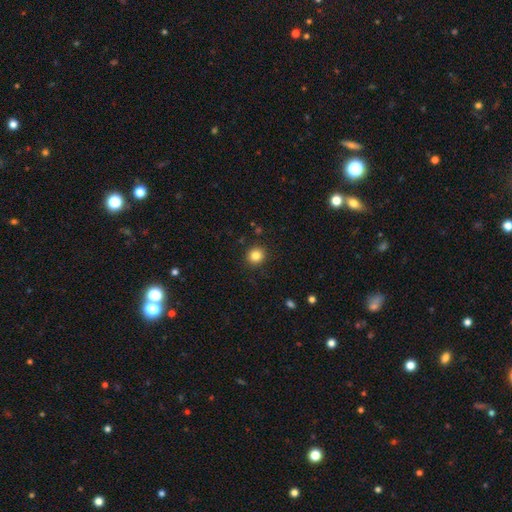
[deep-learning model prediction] Smooth or featured? Predicted: smooth (p=0.83). How rounded? Predicted: round (p=0.90). Merging? Predicted: none (p=0.91).